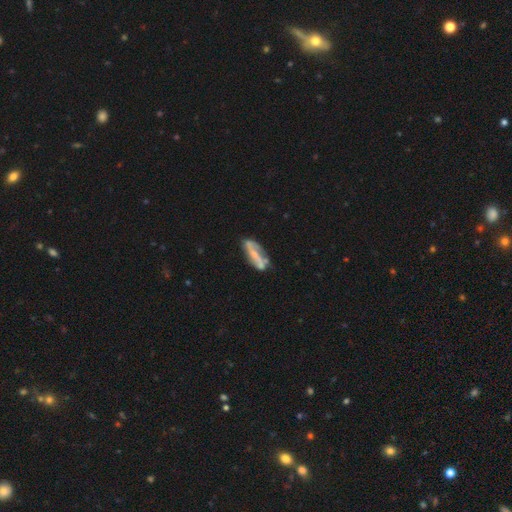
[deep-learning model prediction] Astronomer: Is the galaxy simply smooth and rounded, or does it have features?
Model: featured or disk — 66%.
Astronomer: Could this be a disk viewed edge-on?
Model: no — 80%.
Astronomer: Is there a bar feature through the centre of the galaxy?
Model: strong — 39% (runner-up: no, 31%).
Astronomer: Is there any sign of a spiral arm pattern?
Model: yes — 70%.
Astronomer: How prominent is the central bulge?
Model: small — 53%.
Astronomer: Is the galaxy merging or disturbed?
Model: none — 57%.